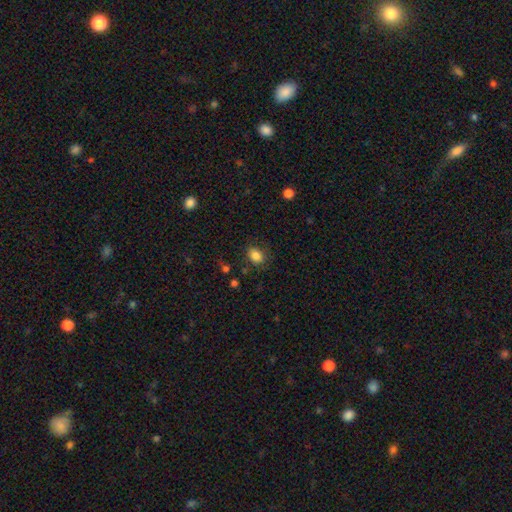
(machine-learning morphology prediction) Smooth or featured: smooth — 84% (star or artifact — 10%)
How rounded: in between — 63% (round — 36%)
Merging: none — 79% (minor disturbance — 15%)